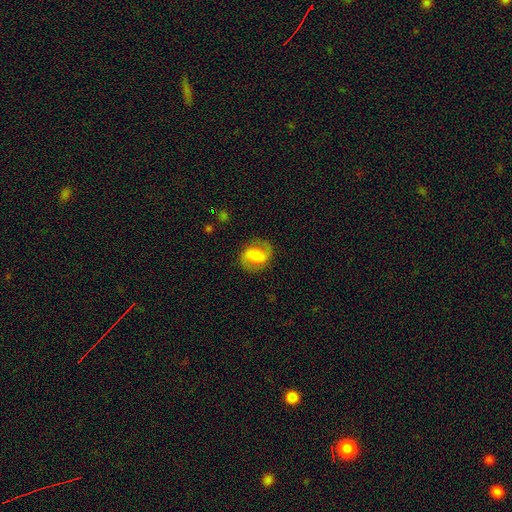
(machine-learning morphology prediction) featured or disk 60%, smooth 32%, star or artifact 8%. Down the decision tree: edge-on disk — no (97%); bar — weak (43%); spiral arms — yes (88%); spiral arm count — 2 (89%); spiral winding — medium (50%); bulge size — moderate (36%); merging — none (79%).